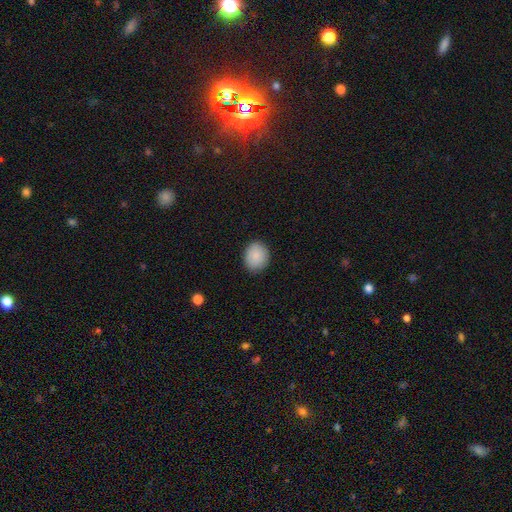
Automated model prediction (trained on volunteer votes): smooth 89%, star or artifact 7%, featured or disk 4%. Down the decision tree: how rounded — round (64%); merging — none (88%).